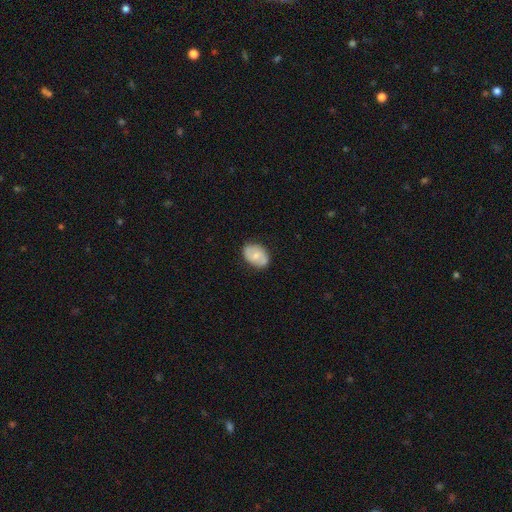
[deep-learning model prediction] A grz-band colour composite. It shows a smooth galaxy with no disk features (59%) that is in between round and cigar-shaped (79%). Merging: none (79%).